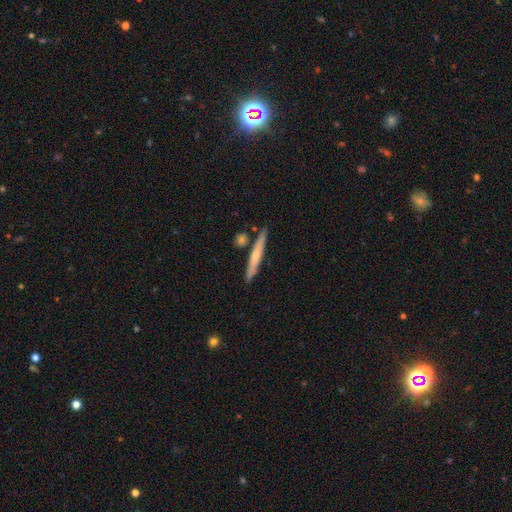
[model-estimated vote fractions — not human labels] Q: Smooth or featured?
A: smooth (52%); runner-up: featured or disk (42%)
Q: How rounded?
A: cigar-shaped (94%); runner-up: in between (4%)
Q: Merging?
A: none (82%); runner-up: minor disturbance (10%)